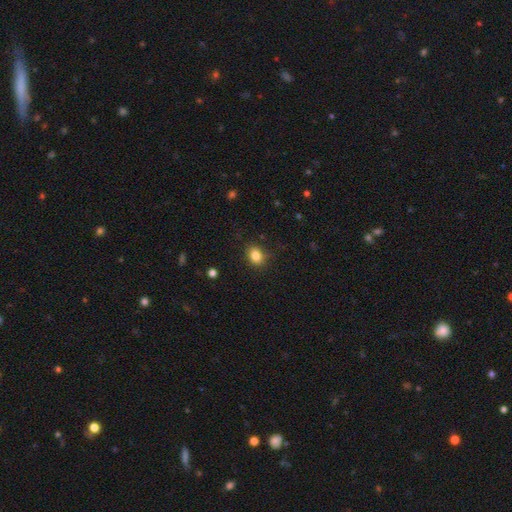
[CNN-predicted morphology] This is clearly a smooth galaxy (85%). How rounded: possibly in between (58%). Merging: clearly none (83%).